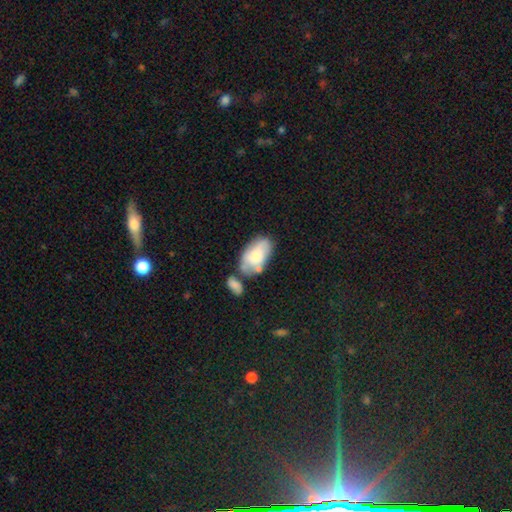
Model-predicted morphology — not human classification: smooth-or-featured: smooth: 63% | featured or disk: 30% | star or artifact: 7%
  how-rounded: in between: 93% | round: 5% | cigar-shaped: 2%
  merging: none: 41% | merger: 26% | minor disturbance: 23% | major disturbance: 10%